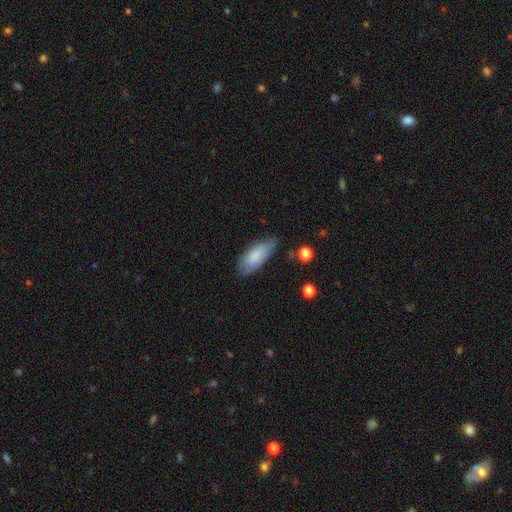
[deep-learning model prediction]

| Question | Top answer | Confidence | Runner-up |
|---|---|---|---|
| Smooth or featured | smooth | 79% | featured or disk (15%) |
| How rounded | in between | 83% | cigar-shaped (16%) |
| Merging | none | 69% | minor disturbance (24%) |